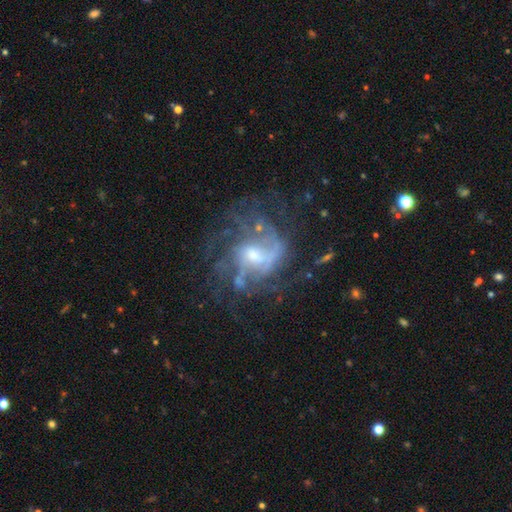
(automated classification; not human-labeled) The model was most divided on "spiral winding": medium: 43%, tight: 29%, loose: 28%. Remaining: edge-on disk — no (97%); spiral arms — yes (86%); smooth or featured — featured or disk (81%); bar — no (53%); bulge size — moderate (52%); merging — none (51%); spiral arm count — can't tell (37%).